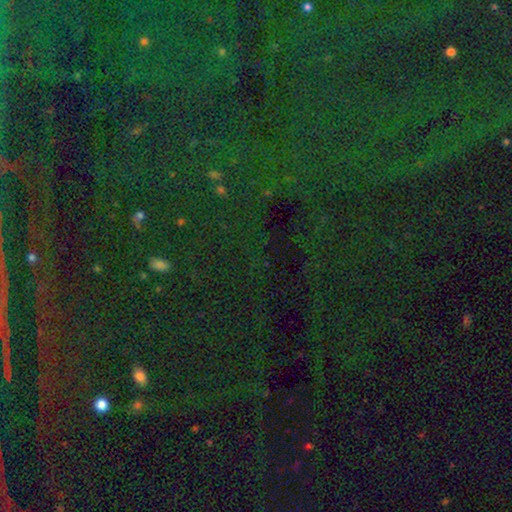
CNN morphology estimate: The model was most divided on "smooth or featured": star or artifact: 82%, smooth: 11%, featured or disk: 8%.